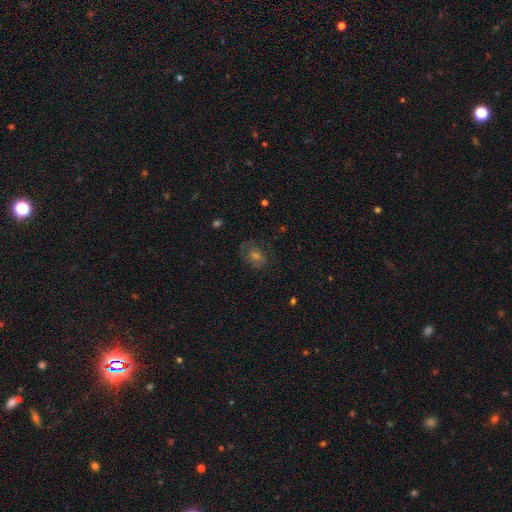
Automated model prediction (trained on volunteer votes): smooth 42%, featured or disk 33%, star or artifact 25%. Down the decision tree: merging — none (76%).